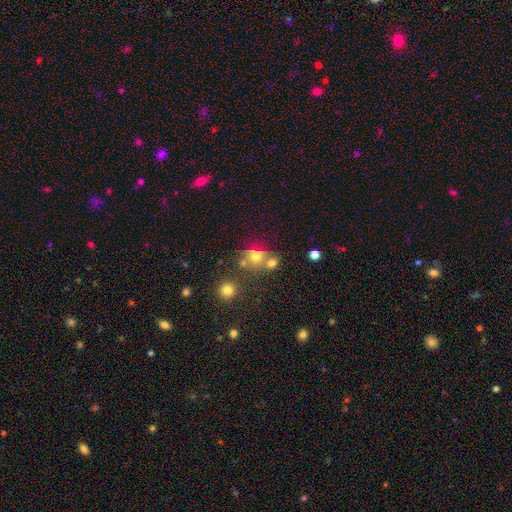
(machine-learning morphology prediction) Smooth or featured? Predicted: smooth (p=0.68). How rounded? Predicted: round (p=0.77). Merging? Predicted: none (p=0.52).